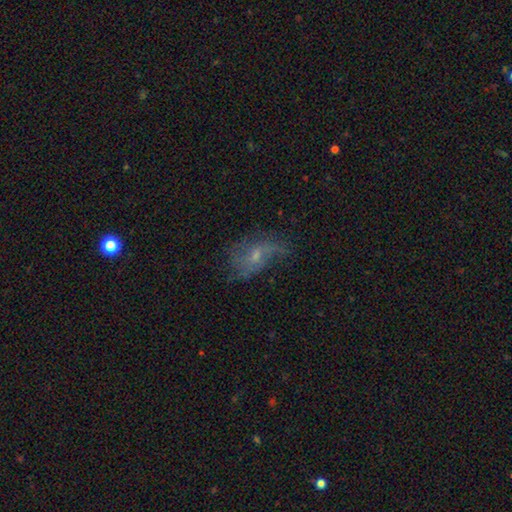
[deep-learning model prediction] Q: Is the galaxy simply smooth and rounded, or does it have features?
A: featured or disk — 57%.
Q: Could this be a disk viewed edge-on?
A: no — 95%.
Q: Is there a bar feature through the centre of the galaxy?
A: no — 68%.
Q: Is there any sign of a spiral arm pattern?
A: yes — 68%.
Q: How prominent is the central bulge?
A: small — 56%.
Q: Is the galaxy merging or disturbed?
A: none — 46%.